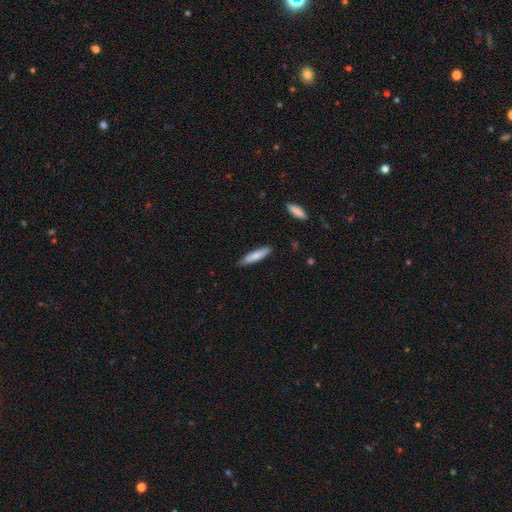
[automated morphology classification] This is likely a smooth galaxy (78%). How rounded: clearly cigar-shaped (84%). Merging: clearly none (86%).